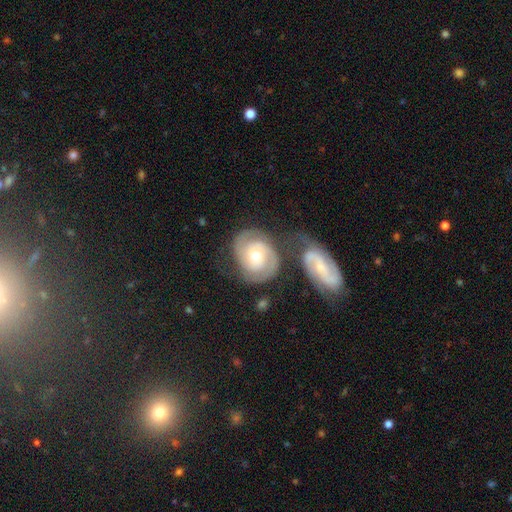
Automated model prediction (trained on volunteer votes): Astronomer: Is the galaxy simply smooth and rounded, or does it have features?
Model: featured or disk — 81%.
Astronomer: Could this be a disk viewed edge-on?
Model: no — 97%.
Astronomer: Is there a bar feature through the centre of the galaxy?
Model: no — 66%.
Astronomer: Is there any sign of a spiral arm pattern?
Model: yes — 96%.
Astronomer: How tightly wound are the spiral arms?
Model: tight — 57% (runner-up: medium, 35%).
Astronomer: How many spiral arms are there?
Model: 2 — 81%.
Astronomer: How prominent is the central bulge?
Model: moderate — 58% (runner-up: small, 37%).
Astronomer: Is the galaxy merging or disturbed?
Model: none — 53%.